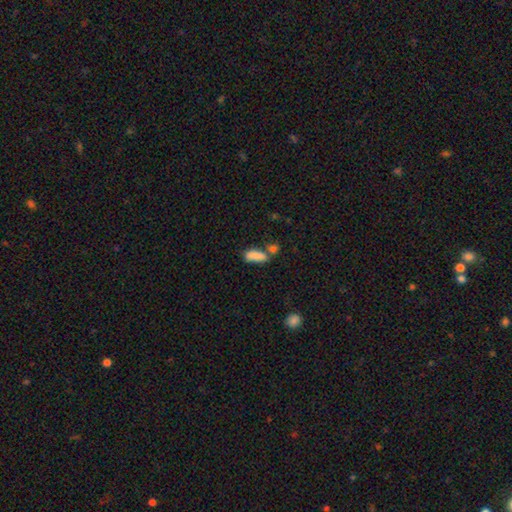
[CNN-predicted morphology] Smooth or featured? smooth (84%)
How rounded? in between (67%)
Merging? none (44%)